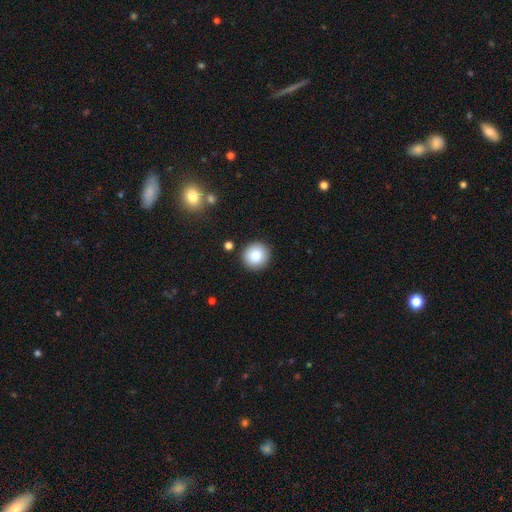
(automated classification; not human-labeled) smooth 84%, star or artifact 9%, featured or disk 7%. Down the decision tree: how rounded — round (95%); merging — none (90%).